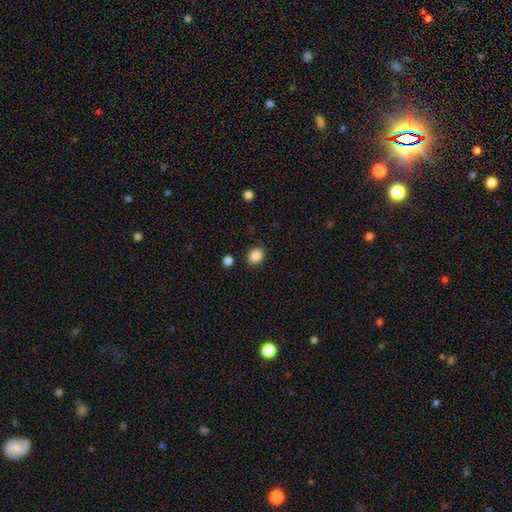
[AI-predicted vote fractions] A smooth galaxy with no disk features (88%) that is round (53%).

Vote fractions:
- Smooth or featured? smooth: 88% / star or artifact: 9% / featured or disk: 3%
- How rounded? round: 53% / in between: 46% / cigar-shaped: 1%
- Merging? none: 86% / minor disturbance: 9% / major disturbance: 3% / merger: 3%